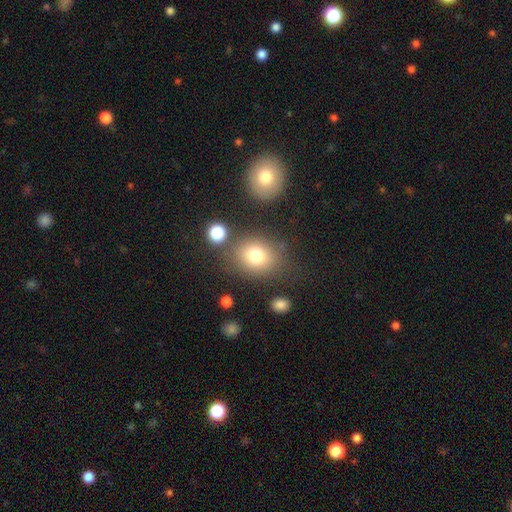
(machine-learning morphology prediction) Q: Smooth or featured?
A: smooth (77%); runner-up: star or artifact (13%)
Q: How rounded?
A: round (60%); runner-up: in between (39%)
Q: Merging?
A: none (75%); runner-up: minor disturbance (13%)